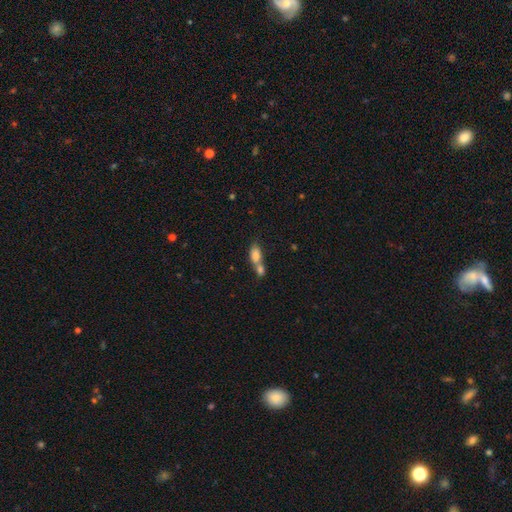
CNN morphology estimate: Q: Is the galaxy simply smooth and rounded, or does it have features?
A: smooth — 80%.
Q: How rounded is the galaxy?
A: in between — 83%.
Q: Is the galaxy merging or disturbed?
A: merger — 69%.